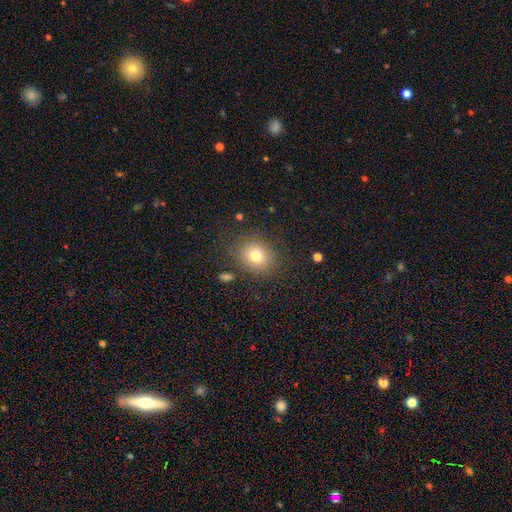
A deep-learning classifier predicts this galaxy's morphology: A smooth galaxy with no disk features (77%) that is round (73%).

Vote fractions:
- Smooth or featured? smooth: 77% / star or artifact: 13% / featured or disk: 10%
- How rounded? round: 73% / in between: 26% / cigar-shaped: 1%
- Merging? none: 84% / minor disturbance: 10% / major disturbance: 4% / merger: 2%